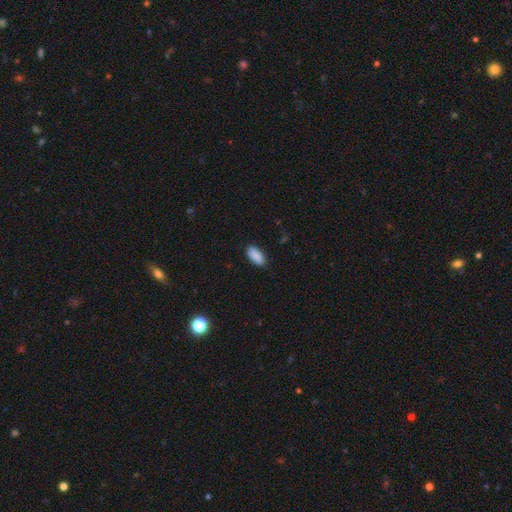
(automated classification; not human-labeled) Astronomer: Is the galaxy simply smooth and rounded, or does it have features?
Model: smooth — 90%.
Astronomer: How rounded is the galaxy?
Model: in between — 91%.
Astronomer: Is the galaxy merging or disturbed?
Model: none — 87%.